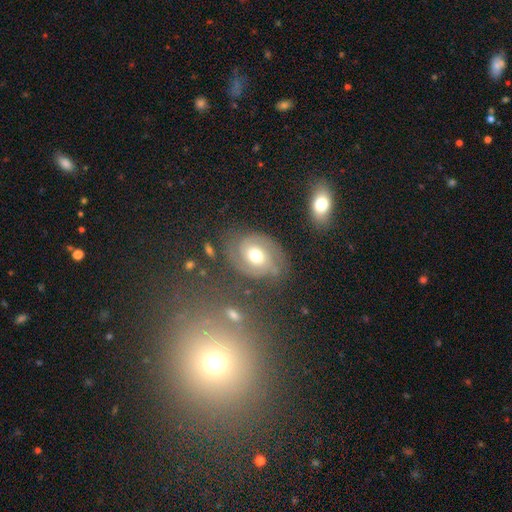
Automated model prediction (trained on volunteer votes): A featured or disk galaxy (75%) with no bar (69%), 2 (71%) tight (56%) spiral arms (92%) and a moderate central bulge (74%).

Vote fractions:
- Smooth or featured? featured or disk: 75% / smooth: 16% / star or artifact: 9%
- Edge-on disk? no: 97% / yes: 3%
- Bar? no: 69% / weak: 25% / strong: 6%
- Spiral arms? yes: 92% / no: 8%
- Spiral winding? tight: 56% / medium: 35% / loose: 10%
- Spiral arm count? 2: 71% / can't tell: 13% / 3: 7% / 1: 4% / 4: 2% / more than 4: 2%
- Bulge size? moderate: 74% / small: 13% / large: 11% / dominant: 1% / none: 1%
- Merging? none: 70% / minor disturbance: 17% / major disturbance: 9% / merger: 4%